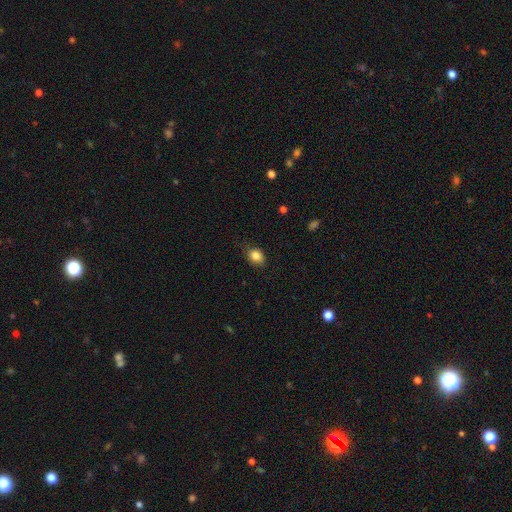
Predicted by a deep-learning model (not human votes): The model was most divided on "how rounded": in between: 59%, round: 40%, cigar-shaped: 1%. More confident: smooth or featured — smooth (84%); merging — none (73%).